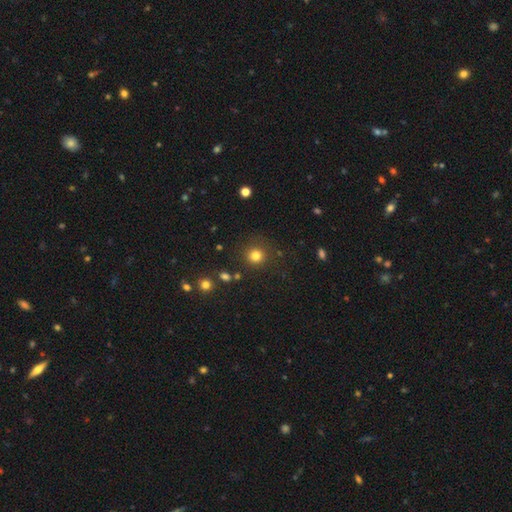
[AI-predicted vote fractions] The model was most divided on "smooth or featured": smooth: 81%, star or artifact: 14%, featured or disk: 5%. More confident: how rounded — round (92%); merging — none (85%).